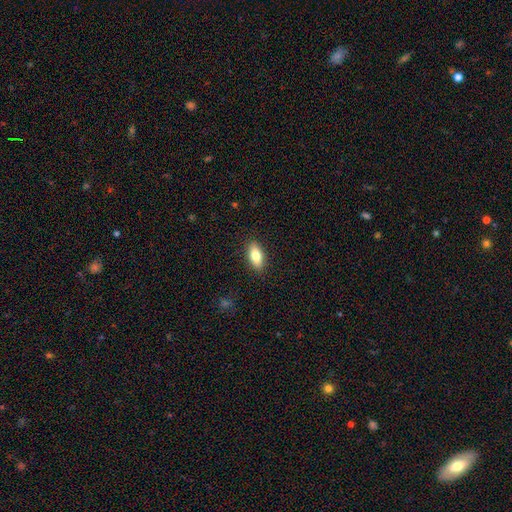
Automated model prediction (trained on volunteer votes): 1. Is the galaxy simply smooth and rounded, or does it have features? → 77% smooth, 16% featured or disk, 7% star or artifact.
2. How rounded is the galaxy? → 84% in between, 12% cigar-shaped, 4% round.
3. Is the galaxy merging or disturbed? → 88% none, 9% minor disturbance, 2% major disturbance, 1% merger.